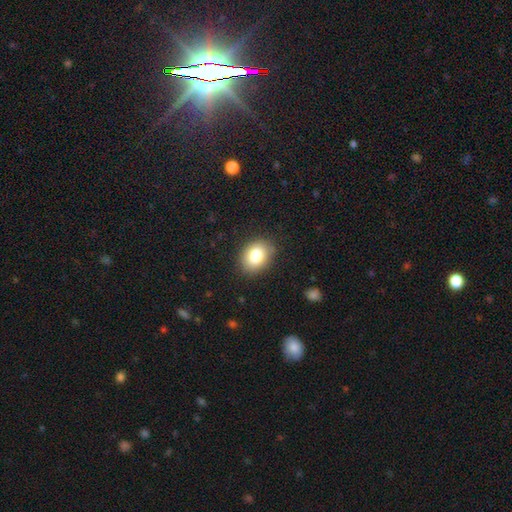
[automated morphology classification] smooth-or-featured: smooth: 83% | star or artifact: 9% | featured or disk: 9%
  how-rounded: in between: 62% | round: 37% | cigar-shaped: 1%
  merging: none: 86% | minor disturbance: 10% | major disturbance: 3% | merger: 1%